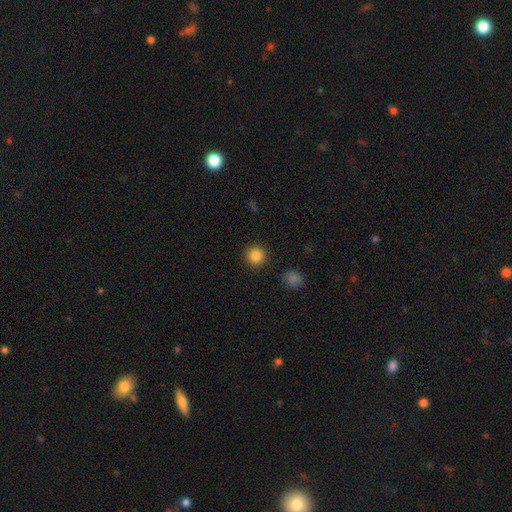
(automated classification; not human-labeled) This appears to be a smooth galaxy with no disk features (85%) that is round (94%). Merging: none (92%).